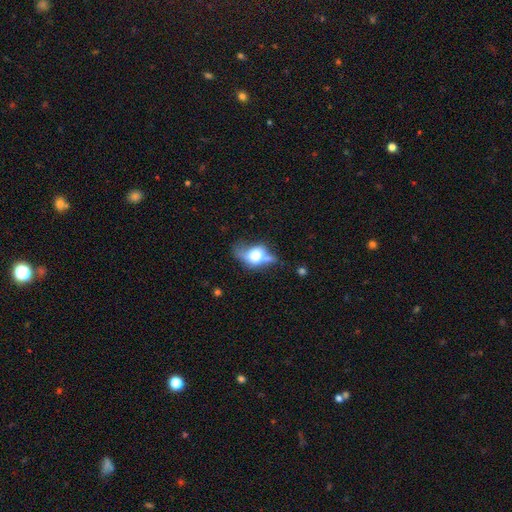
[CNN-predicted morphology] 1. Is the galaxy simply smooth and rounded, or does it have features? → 45% smooth, 44% featured or disk, 11% star or artifact.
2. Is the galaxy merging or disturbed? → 40% none, 26% minor disturbance, 22% major disturbance, 11% merger.